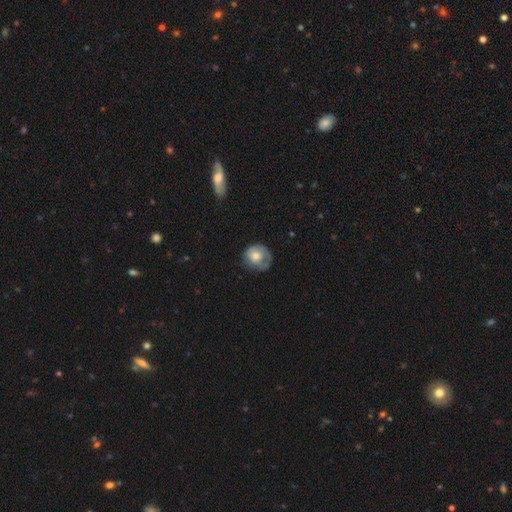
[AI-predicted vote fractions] Smooth or featured: smooth — 62% (featured or disk — 31%)
How rounded: round — 75% (in between — 24%)
Merging: none — 46% (minor disturbance — 31%)